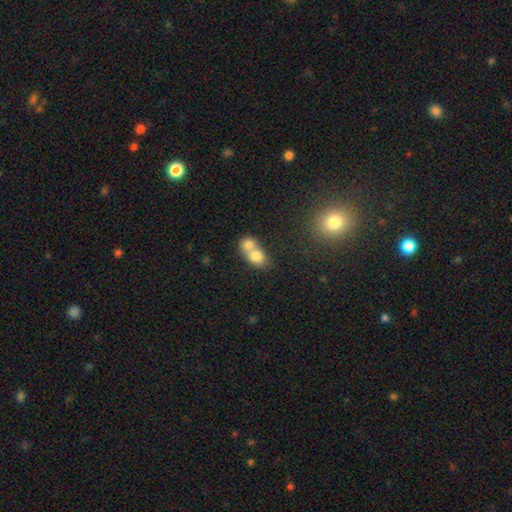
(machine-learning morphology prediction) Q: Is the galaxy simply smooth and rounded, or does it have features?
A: smooth — 74%.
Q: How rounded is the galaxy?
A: round — 52%.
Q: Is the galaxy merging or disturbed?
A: merger — 72%.